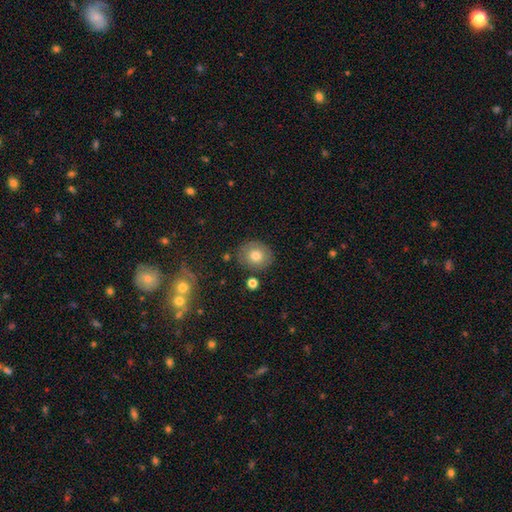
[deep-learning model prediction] Smooth or featured? smooth (76%)
How rounded? round (68%)
Merging? none (82%)